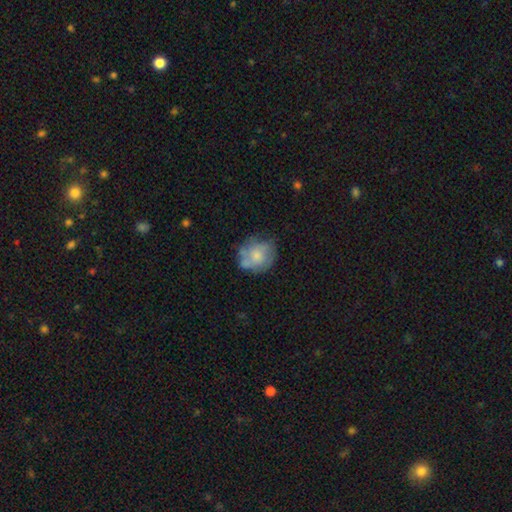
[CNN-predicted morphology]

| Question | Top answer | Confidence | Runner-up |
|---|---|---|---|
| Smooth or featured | smooth | 56% | featured or disk (36%) |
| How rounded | round | 74% | in between (25%) |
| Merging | none | 54% | minor disturbance (27%) |